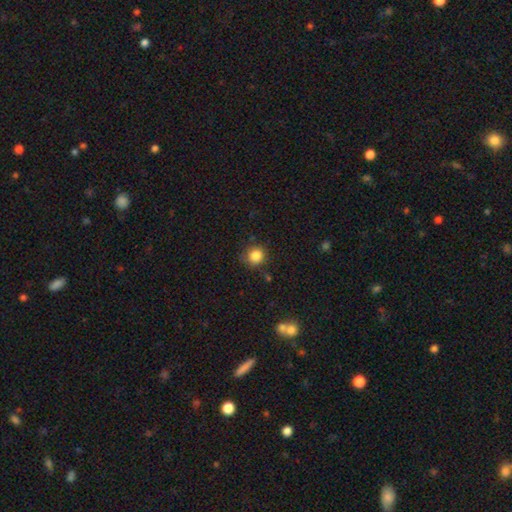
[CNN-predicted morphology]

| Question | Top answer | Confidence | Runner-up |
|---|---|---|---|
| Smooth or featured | smooth | 85% | star or artifact (11%) |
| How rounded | round | 88% | in between (11%) |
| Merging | none | 78% | minor disturbance (16%) |